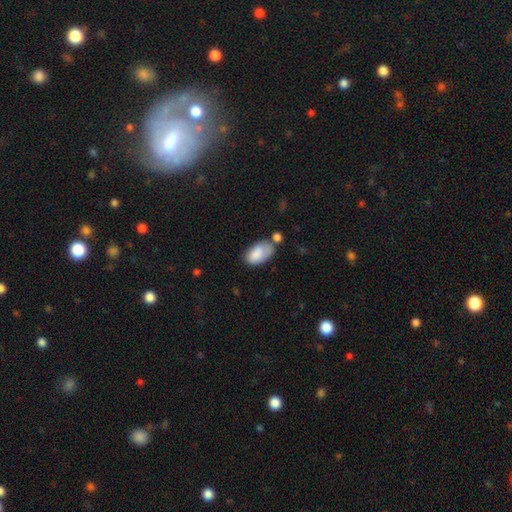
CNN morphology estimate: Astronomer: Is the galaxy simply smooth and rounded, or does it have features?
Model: smooth — 81%.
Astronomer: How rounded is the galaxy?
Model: in between — 94%.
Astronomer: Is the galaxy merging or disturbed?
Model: none — 52%.